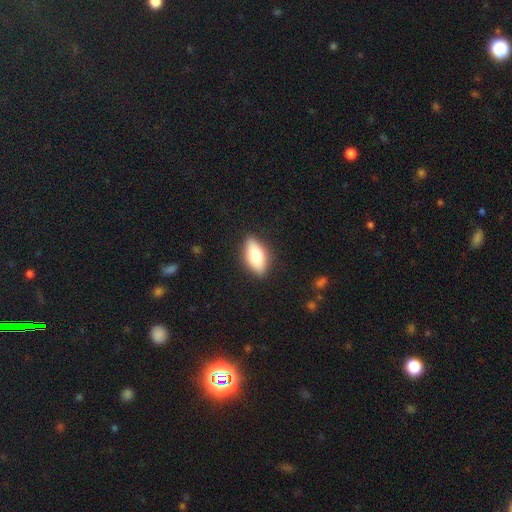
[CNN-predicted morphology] Overall: smooth (70%). How rounded: in between (82%). Merging: none (86%).